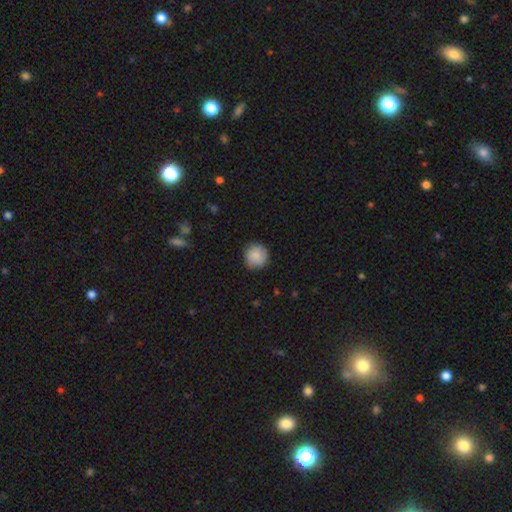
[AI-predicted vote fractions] This is clearly a smooth galaxy (88%). How rounded: clearly round (93%). Merging: clearly none (87%).